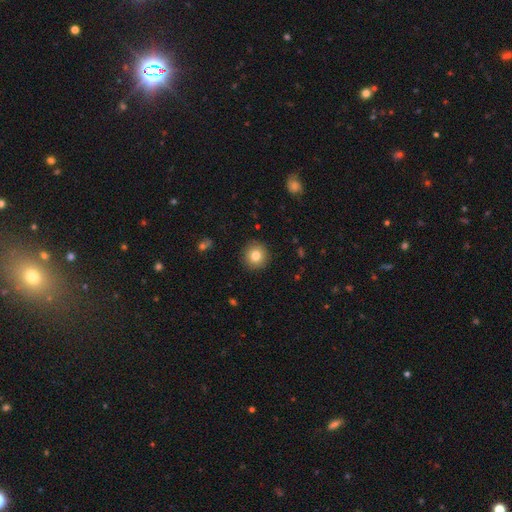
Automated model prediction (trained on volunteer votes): This is clearly a smooth galaxy (81%). How rounded: clearly round (94%). Merging: clearly none (91%).